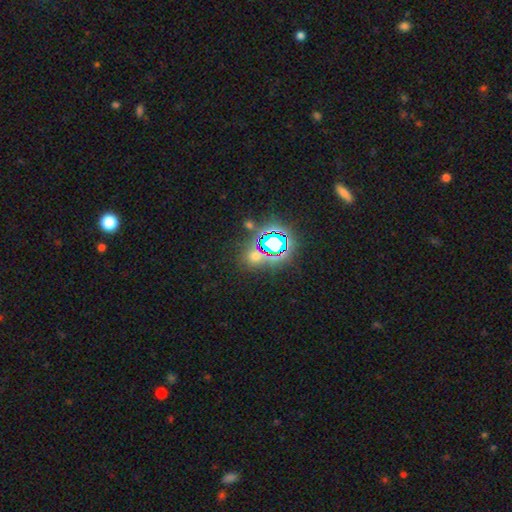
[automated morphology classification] Overall: star or artifact (56%; smooth 35%).